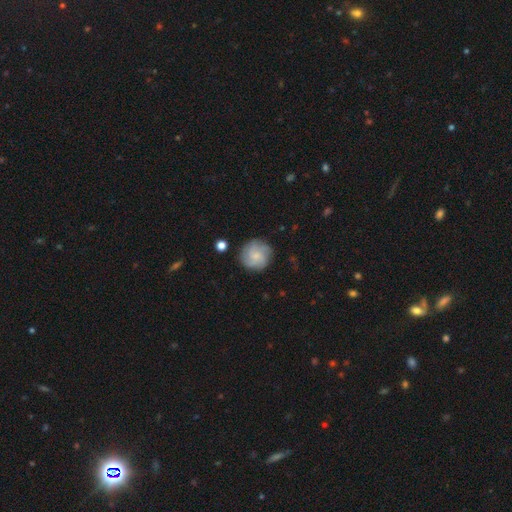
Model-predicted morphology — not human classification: type=smooth (51%); roundness=round (93%); merging=none (81%).